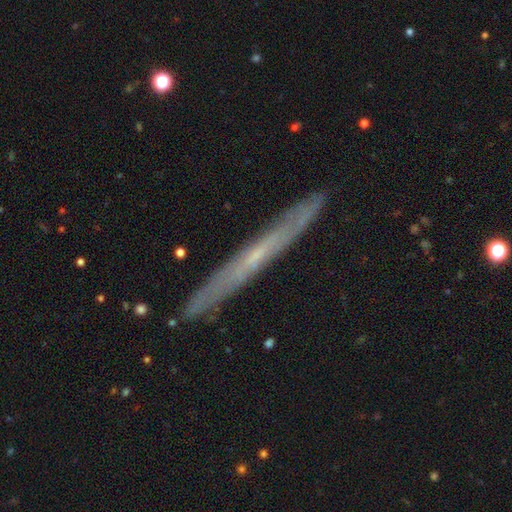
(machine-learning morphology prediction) Smooth or featured? featured or disk (67%)
Edge-on disk? yes (90%)
Edge-on bulge? none (70%)
Merging? none (87%)